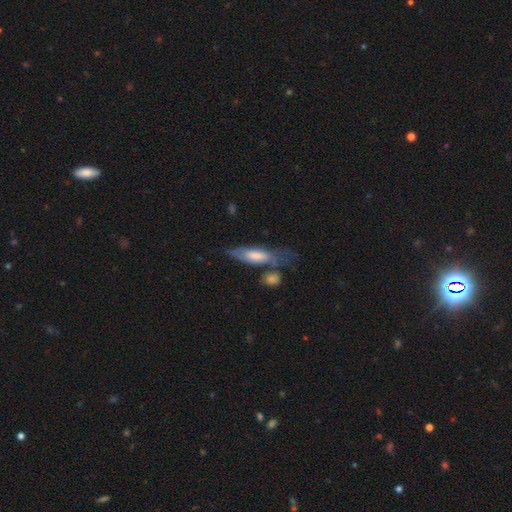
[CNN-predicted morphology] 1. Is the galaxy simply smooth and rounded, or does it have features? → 51% smooth, 42% featured or disk, 7% star or artifact.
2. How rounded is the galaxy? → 63% cigar-shaped, 35% in between, 2% round.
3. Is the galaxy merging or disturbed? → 46% none, 22% minor disturbance, 18% merger, 13% major disturbance.